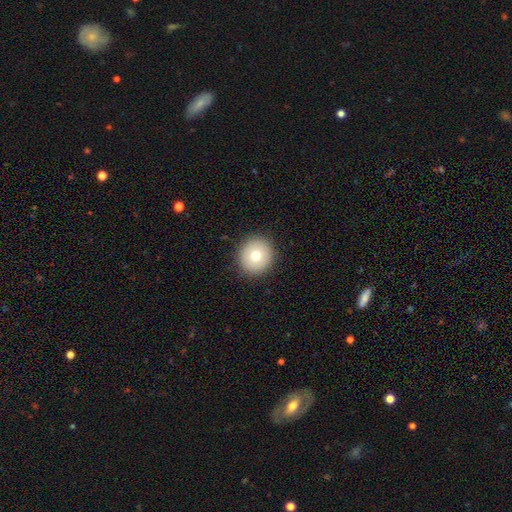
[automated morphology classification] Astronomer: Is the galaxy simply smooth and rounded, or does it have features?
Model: smooth — 74%.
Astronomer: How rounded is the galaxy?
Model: round — 92%.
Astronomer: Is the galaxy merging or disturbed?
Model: none — 91%.